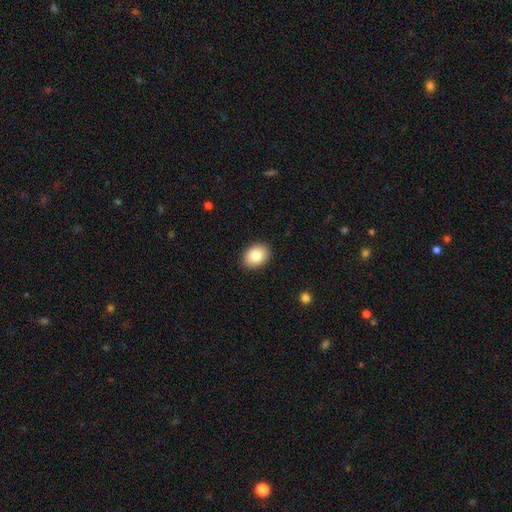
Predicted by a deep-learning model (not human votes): Q: Smooth or featured?
A: smooth (83%); runner-up: featured or disk (9%)
Q: How rounded?
A: in between (65%); runner-up: round (34%)
Q: Merging?
A: none (89%); runner-up: minor disturbance (8%)